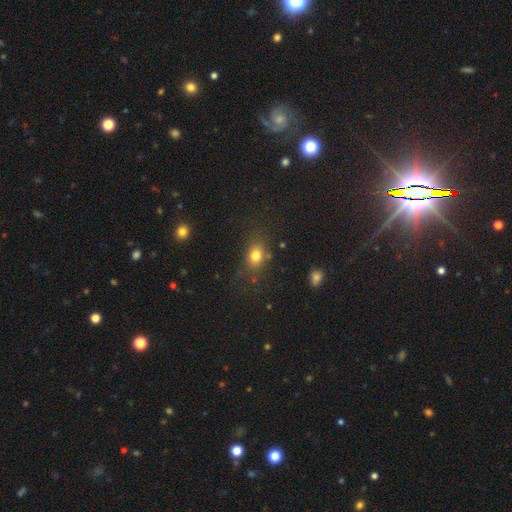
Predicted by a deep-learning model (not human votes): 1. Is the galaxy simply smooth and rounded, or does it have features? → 78% smooth, 13% star or artifact, 9% featured or disk.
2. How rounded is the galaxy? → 59% in between, 38% round, 3% cigar-shaped.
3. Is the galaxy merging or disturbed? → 74% none, 15% minor disturbance, 7% major disturbance, 4% merger.